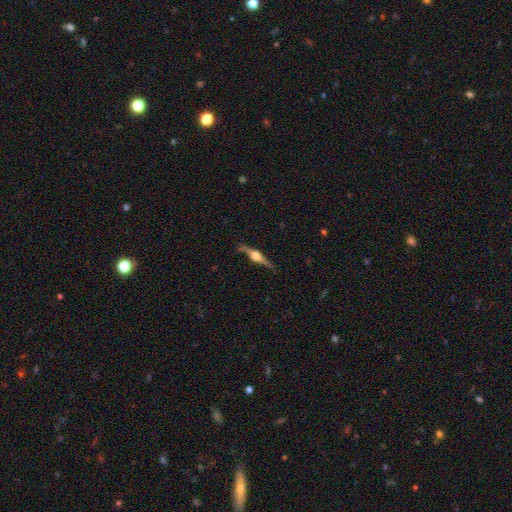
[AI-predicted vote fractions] Smooth or featured? featured or disk (83%)
Edge-on disk? yes (97%)
Edge-on bulge? rounded (94%)
Merging? none (84%)